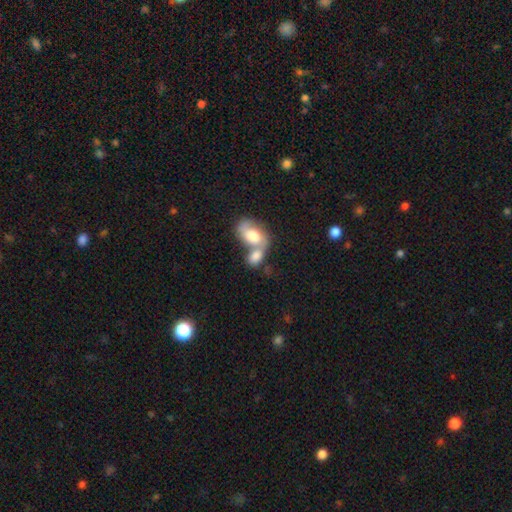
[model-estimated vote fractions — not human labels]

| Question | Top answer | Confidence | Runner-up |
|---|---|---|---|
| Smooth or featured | smooth | 61% | featured or disk (31%) |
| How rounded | in between | 84% | round (14%) |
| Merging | merger | 71% | none (17%) |